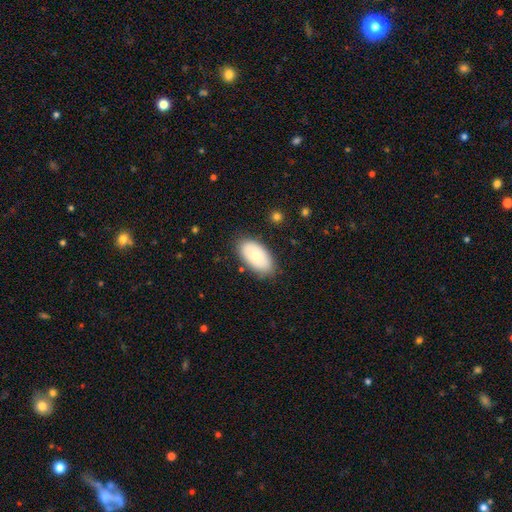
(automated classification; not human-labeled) Smooth or featured?
  - smooth: 74% *
  - featured or disk: 19%
  - star or artifact: 6%
How rounded?
  - in between: 95% *
  - round: 3%
  - cigar-shaped: 2%
Merging?
  - none: 80% *
  - minor disturbance: 15%
  - major disturbance: 3%
  - merger: 2%